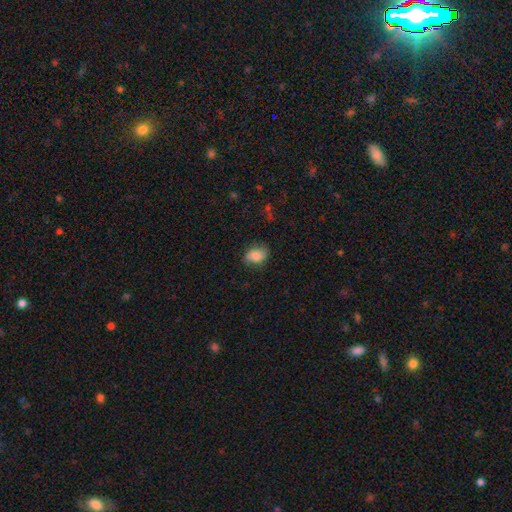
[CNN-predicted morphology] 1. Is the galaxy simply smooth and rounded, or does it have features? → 75% smooth, 17% featured or disk, 8% star or artifact.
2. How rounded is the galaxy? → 72% in between, 27% round, 1% cigar-shaped.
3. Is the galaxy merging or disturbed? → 73% none, 20% minor disturbance, 6% major disturbance, 1% merger.